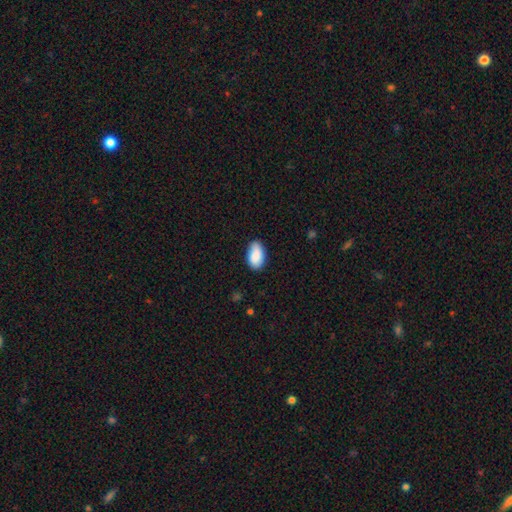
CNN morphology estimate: Smooth or featured: smooth — 88% (star or artifact — 6%)
How rounded: in between — 94% (round — 4%)
Merging: none — 78% (minor disturbance — 18%)